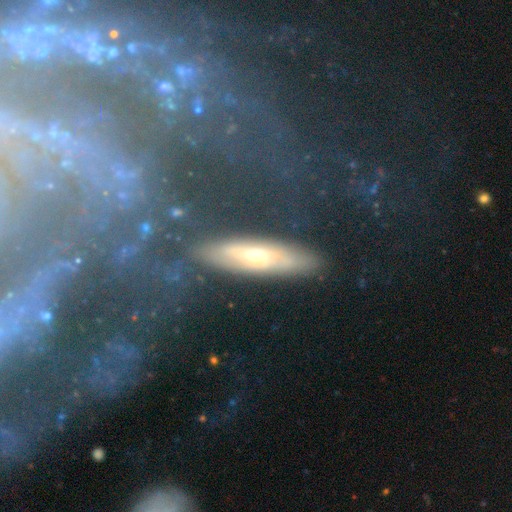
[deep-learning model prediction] Smooth or featured?
  - featured or disk: 50% *
  - smooth: 38%
  - star or artifact: 12%
Merging?
  - none: 76% *
  - minor disturbance: 14%
  - major disturbance: 6%
  - merger: 4%